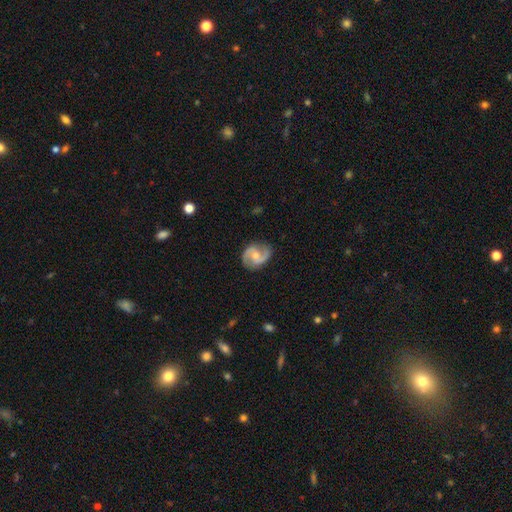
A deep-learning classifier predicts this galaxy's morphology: type=featured or disk (85%); edge-on=no (98%); bar=no (46%); spiral arms=yes (96%); winding=medium (52%); arm count=2 (93%); bulge=moderate (56%); merging=none (82%).